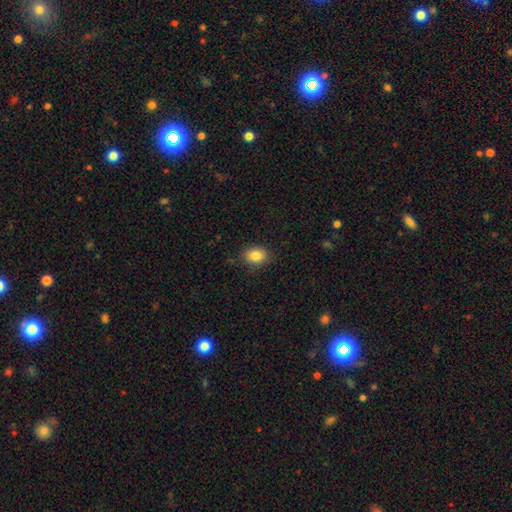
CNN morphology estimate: Q: Smooth or featured?
A: smooth (85%); runner-up: star or artifact (9%)
Q: How rounded?
A: in between (65%); runner-up: round (34%)
Q: Merging?
A: none (85%); runner-up: minor disturbance (11%)